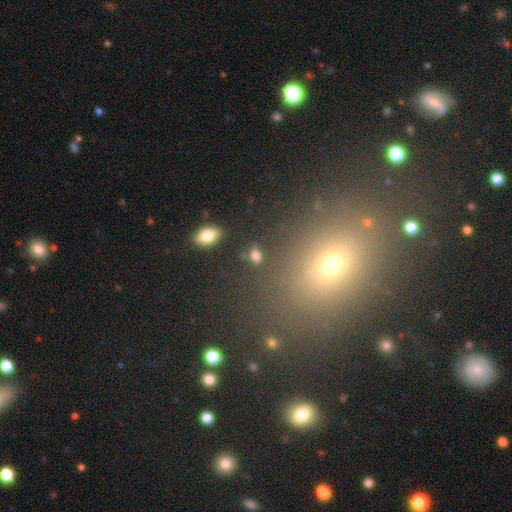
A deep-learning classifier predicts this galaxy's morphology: This is likely a smooth galaxy (77%). How rounded: clearly in between (84%). Merging: likely none (79%).